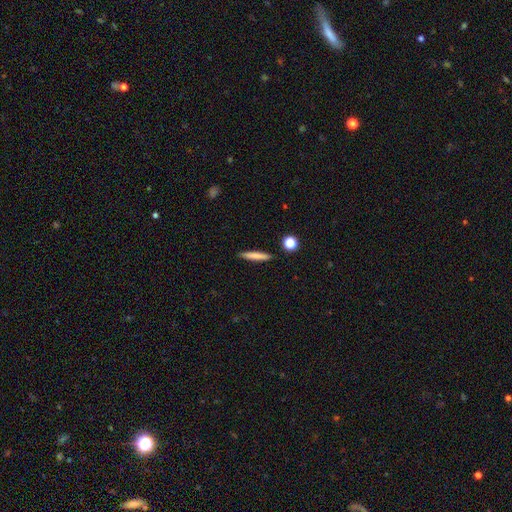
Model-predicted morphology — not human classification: type=smooth (75%); roundness=cigar-shaped (92%); merging=none (90%).